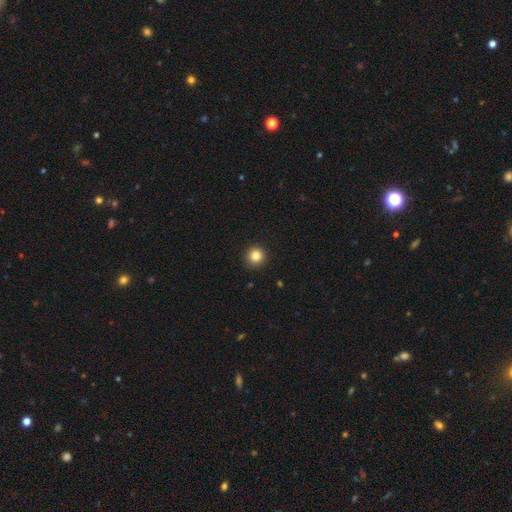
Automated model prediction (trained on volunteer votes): smooth 84%, star or artifact 11%, featured or disk 5%. Down the decision tree: how rounded — round (95%); merging — none (92%).